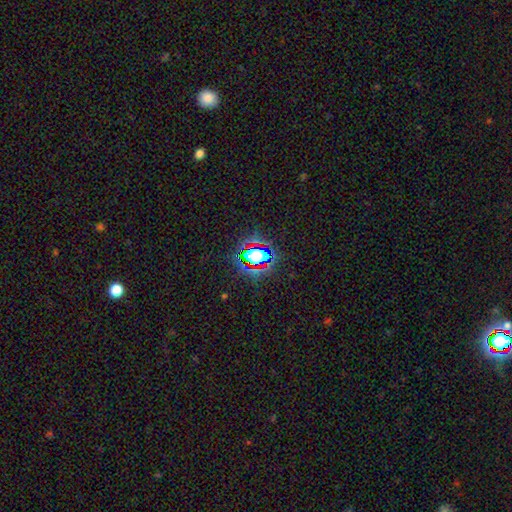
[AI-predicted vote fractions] The model was most divided on "smooth or featured": star or artifact: 62%, smooth: 25%, featured or disk: 13%.